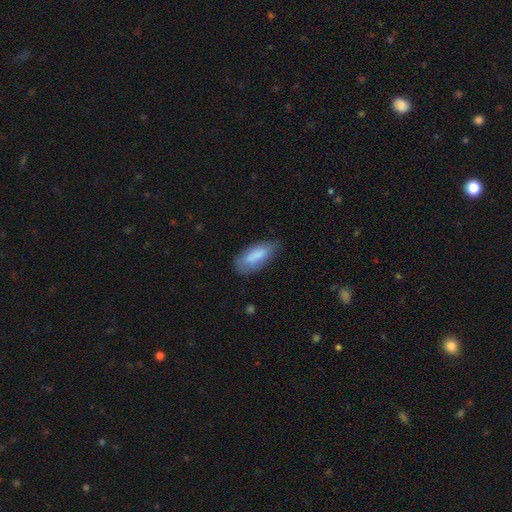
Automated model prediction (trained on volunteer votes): Smooth or featured? smooth (79%)
How rounded? in between (74%)
Merging? none (59%)